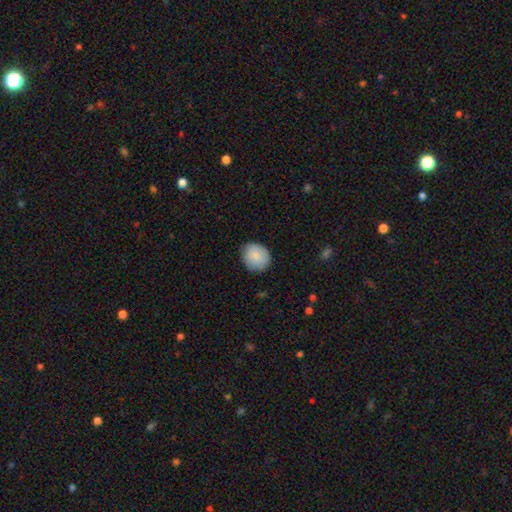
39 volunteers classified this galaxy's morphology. A smooth galaxy with no disk features (90%) that is round (86%). Merging: none (79%).